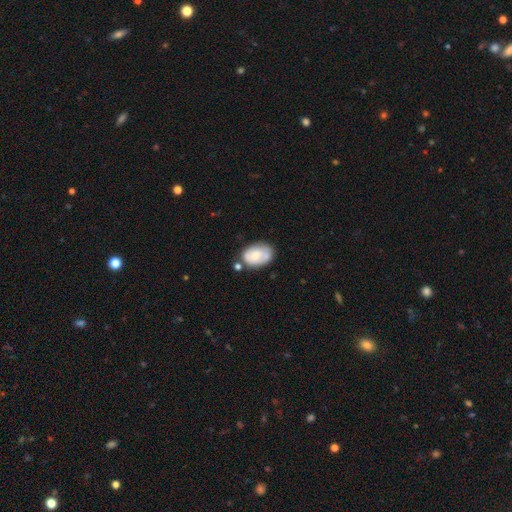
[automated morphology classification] Smooth or featured: smooth — 59% (featured or disk — 34%)
How rounded: in between — 84% (round — 15%)
Merging: none — 55% (minor disturbance — 24%)